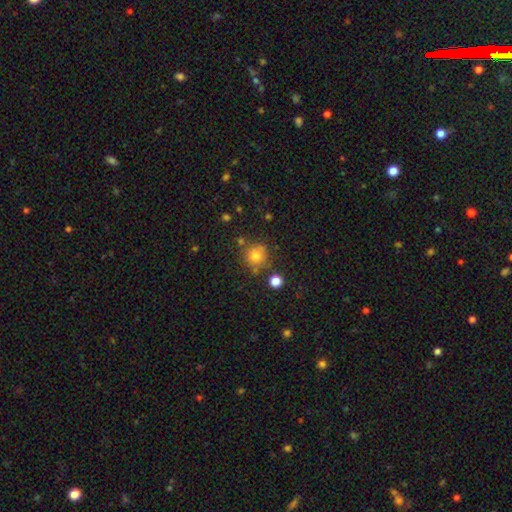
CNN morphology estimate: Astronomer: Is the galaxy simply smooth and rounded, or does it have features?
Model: smooth — 79%.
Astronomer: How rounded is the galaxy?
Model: round — 92%.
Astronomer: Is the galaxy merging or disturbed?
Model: none — 76%.